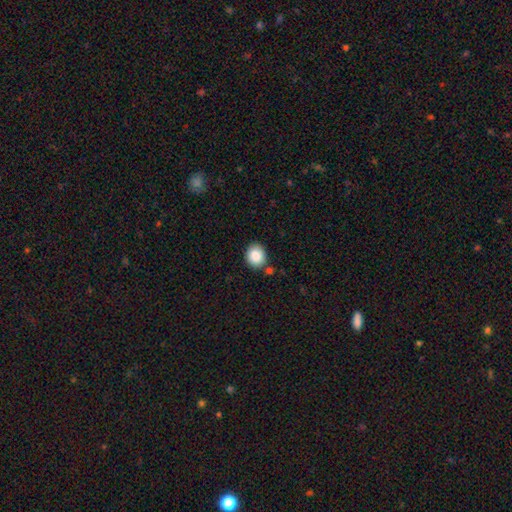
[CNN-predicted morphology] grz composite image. It shows a smooth galaxy with no disk features (87%) that is round (72%). Merging: none (80%).